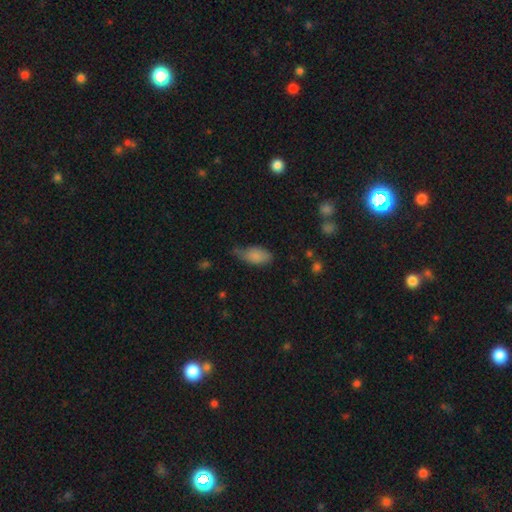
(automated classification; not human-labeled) smooth-or-featured: smooth: 83% | featured or disk: 10% | star or artifact: 7%
  how-rounded: in between: 92% | cigar-shaped: 4% | round: 3%
  merging: minor disturbance: 43% (tied) | none: 43% (tied) | major disturbance: 11% | merger: 3%